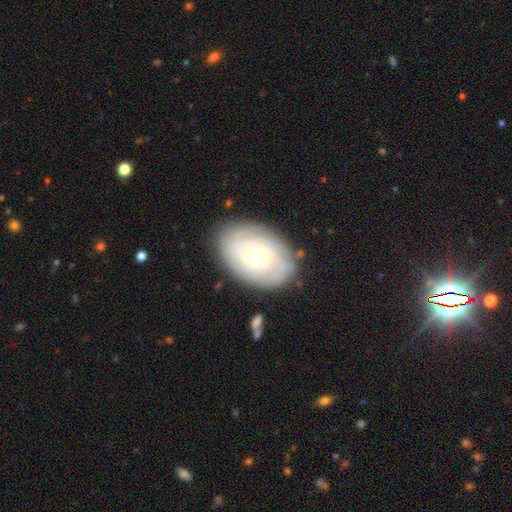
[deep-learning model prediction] This appears to be a featured or disk galaxy (67%) with no bar (69%), tight (71%) spiral arms (82%) and a moderate central bulge (49%). Merging: none (83%).